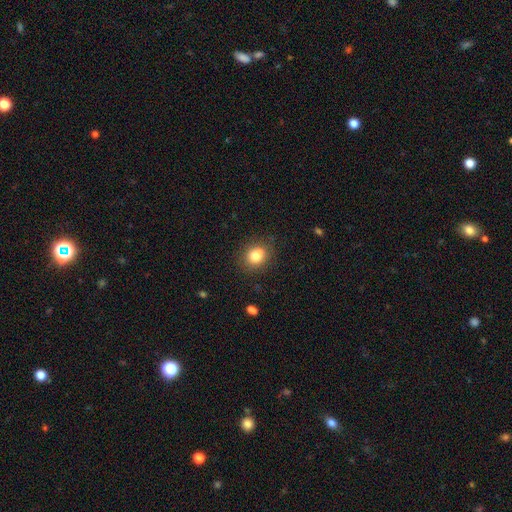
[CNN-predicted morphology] A smooth galaxy with no disk features (79%) that is round (65%). Merging: none (70%).